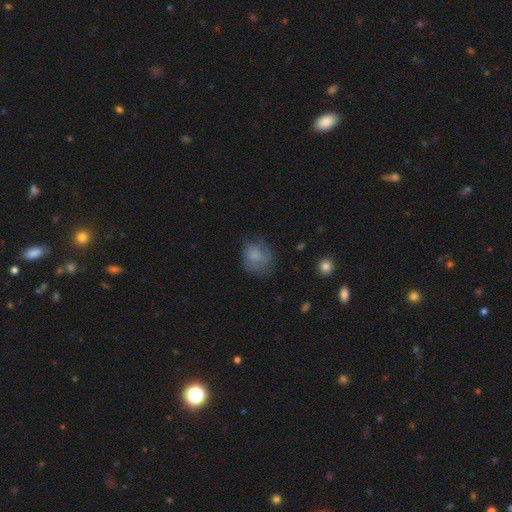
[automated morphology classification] This appears to be a smooth galaxy with no disk features (68%) that is round (68%). Merging: none (53%).